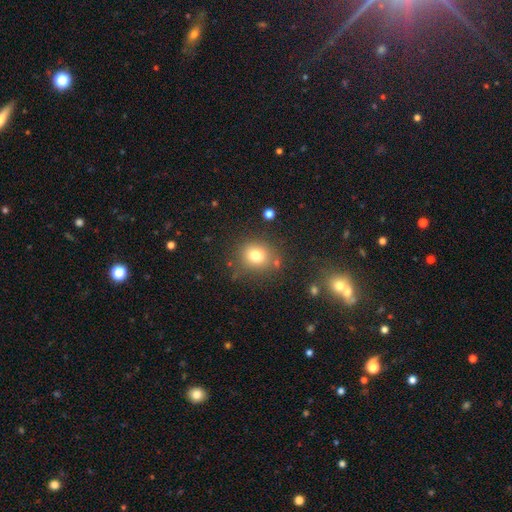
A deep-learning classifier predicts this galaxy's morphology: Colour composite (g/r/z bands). It shows a smooth galaxy with no disk features (78%) that is round (76%). Merging: none (77%).